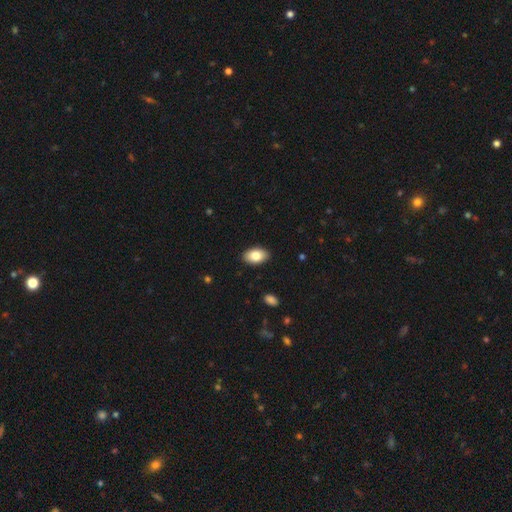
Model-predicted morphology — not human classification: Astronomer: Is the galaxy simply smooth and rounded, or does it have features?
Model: smooth — 82%.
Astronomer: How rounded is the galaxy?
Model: in between — 93%.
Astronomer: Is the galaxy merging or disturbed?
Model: none — 89%.